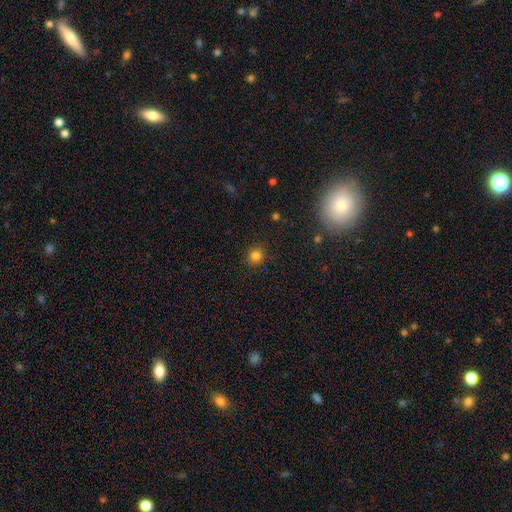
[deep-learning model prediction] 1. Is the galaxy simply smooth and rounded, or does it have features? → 81% smooth, 14% star or artifact, 5% featured or disk.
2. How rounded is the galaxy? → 85% round, 14% in between, 1% cigar-shaped.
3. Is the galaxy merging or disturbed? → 89% none, 7% minor disturbance, 2% major disturbance, 1% merger.